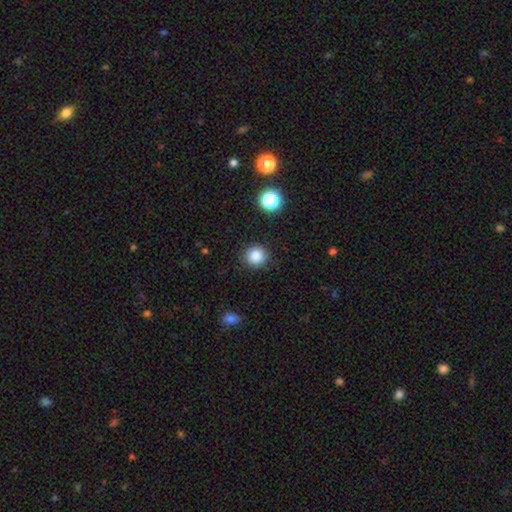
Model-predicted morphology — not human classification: Smooth or featured? smooth (84%)
How rounded? round (92%)
Merging? none (89%)